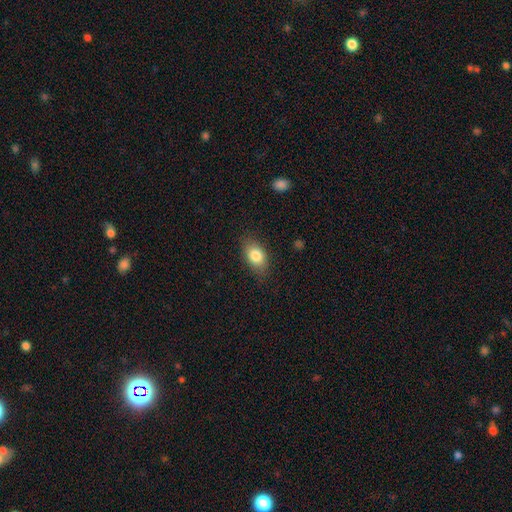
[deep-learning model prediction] Smooth or featured: smooth — 82% (featured or disk — 10%)
How rounded: in between — 86% (round — 11%)
Merging: none — 83% (minor disturbance — 13%)